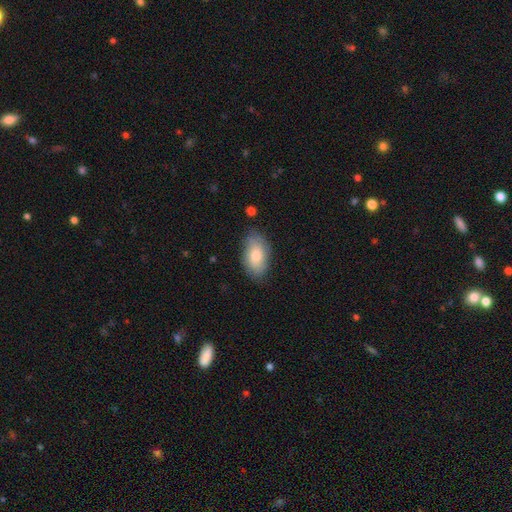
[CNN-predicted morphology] A smooth galaxy with no disk features (76%) that is in between round and cigar-shaped (93%).

Vote fractions:
- Smooth or featured? smooth: 76% / featured or disk: 18% / star or artifact: 6%
- How rounded? in between: 93% / round: 5% / cigar-shaped: 2%
- Merging? none: 75% / minor disturbance: 19% / major disturbance: 4% / merger: 2%